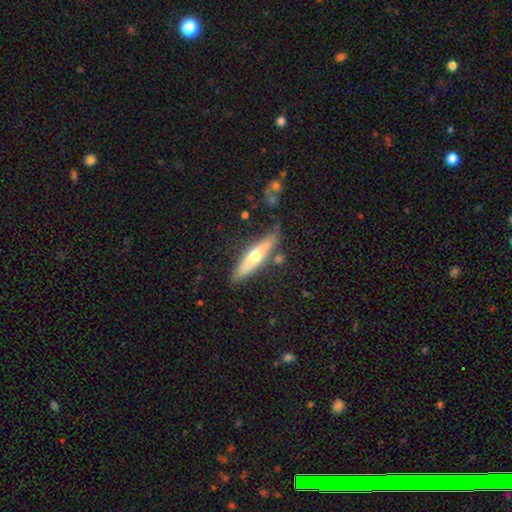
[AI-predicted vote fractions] A smooth galaxy with no disk features (48%). Merging: none (75%).